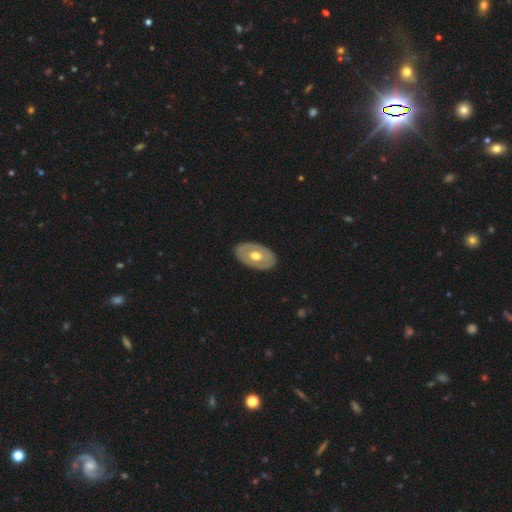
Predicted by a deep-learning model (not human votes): featured or disk 51%, smooth 45%, star or artifact 4%. Down the decision tree: edge-on disk — no (87%); merging — none (86%).